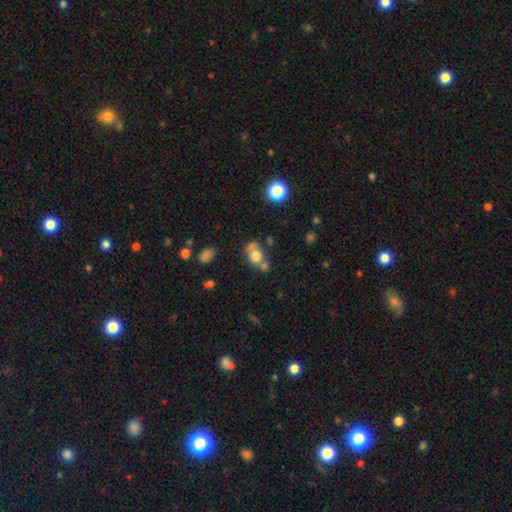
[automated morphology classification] Q: Smooth or featured?
A: smooth (70%); runner-up: featured or disk (18%)
Q: How rounded?
A: round (54%); runner-up: in between (45%)
Q: Merging?
A: merger (38%); runner-up: none (37%)